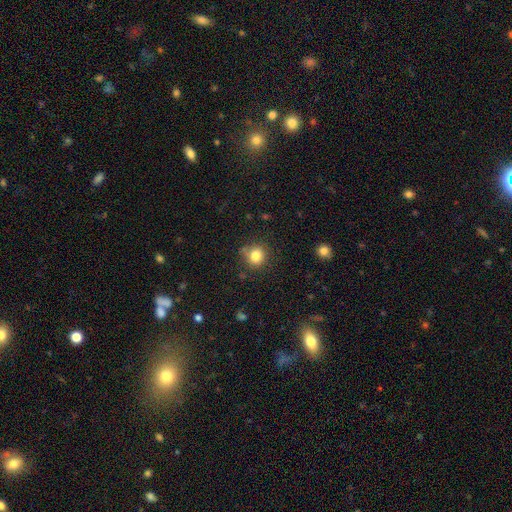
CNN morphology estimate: Smooth or featured: smooth — 82% (star or artifact — 12%)
How rounded: round — 88% (in between — 11%)
Merging: none — 80% (minor disturbance — 13%)